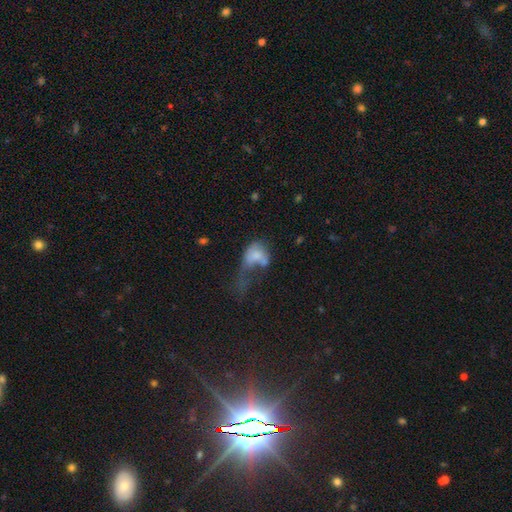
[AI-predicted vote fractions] Overall: smooth (61%; featured or disk 28%). How rounded: in between (71%). Merging: major disturbance (56%; merger 21%).